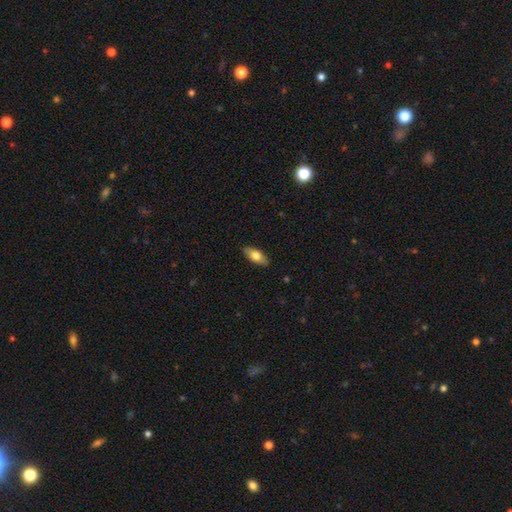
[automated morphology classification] Q: Smooth or featured?
A: smooth (73%); runner-up: featured or disk (21%)
Q: How rounded?
A: in between (85%); runner-up: cigar-shaped (12%)
Q: Merging?
A: none (87%); runner-up: minor disturbance (10%)